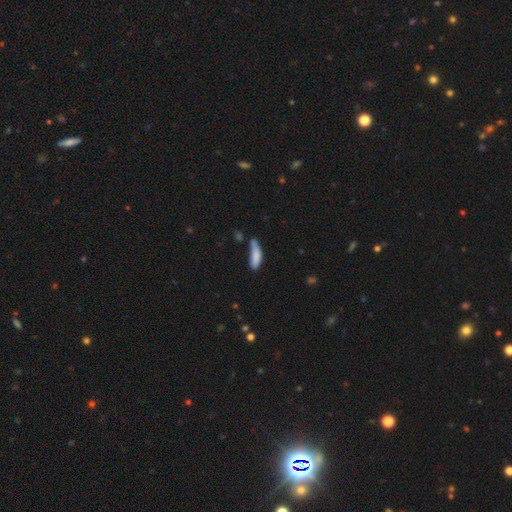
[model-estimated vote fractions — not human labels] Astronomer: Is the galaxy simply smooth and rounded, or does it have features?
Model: smooth — 82%.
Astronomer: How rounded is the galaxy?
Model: cigar-shaped — 54% (runner-up: in between, 44%).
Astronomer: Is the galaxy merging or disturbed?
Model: none — 42% (runner-up: minor disturbance, 30%).